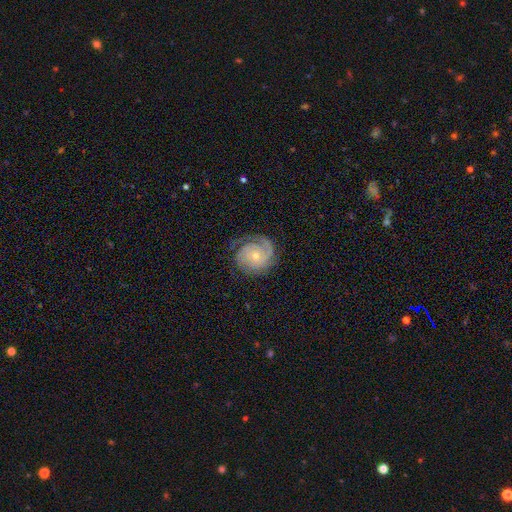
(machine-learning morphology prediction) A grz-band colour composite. It shows a featured or disk galaxy (79%) with no bar (79%), 2 (33%) tight (65%) spiral arms (95%) and a small central bulge (61%). Merging: none (70%).